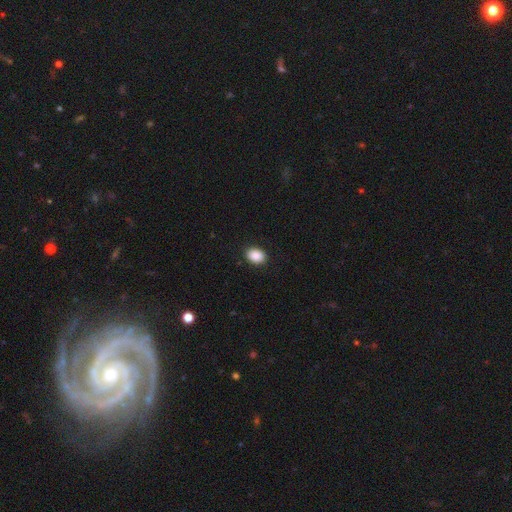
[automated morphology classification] This is clearly a smooth galaxy (90%). How rounded: likely in between (73%). Merging: clearly none (90%).